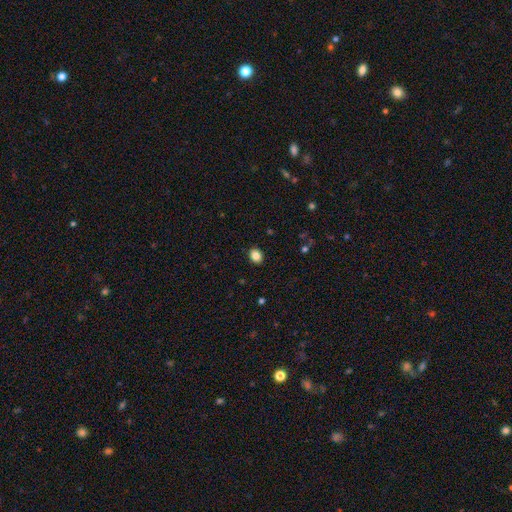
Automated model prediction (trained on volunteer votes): smooth-or-featured: smooth: 86% | star or artifact: 10% | featured or disk: 5%
  how-rounded: in between: 52% | round: 47% | cigar-shaped: 1%
  merging: none: 90% | minor disturbance: 7% | major disturbance: 2% | merger: 1%